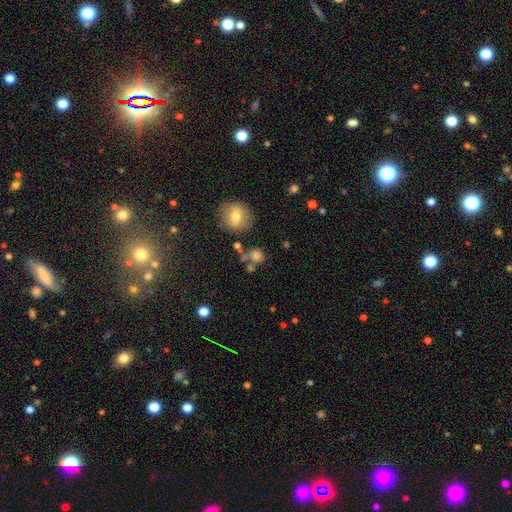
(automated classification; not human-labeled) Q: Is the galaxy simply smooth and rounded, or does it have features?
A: smooth — 77%.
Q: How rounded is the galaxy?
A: round — 83%.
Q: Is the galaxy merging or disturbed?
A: none — 58%.